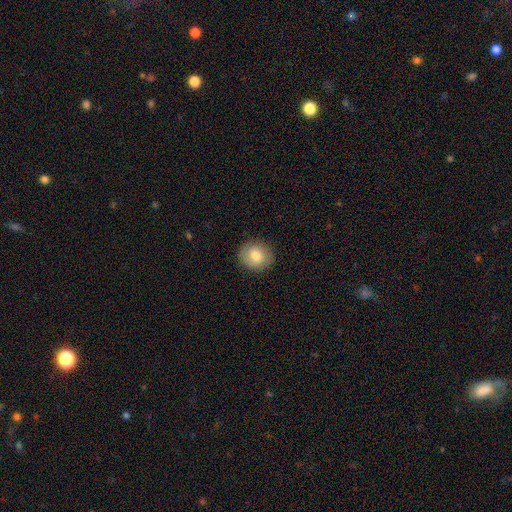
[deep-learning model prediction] Morphology: type=smooth (77%); roundness=round (78%); merging=none (87%).